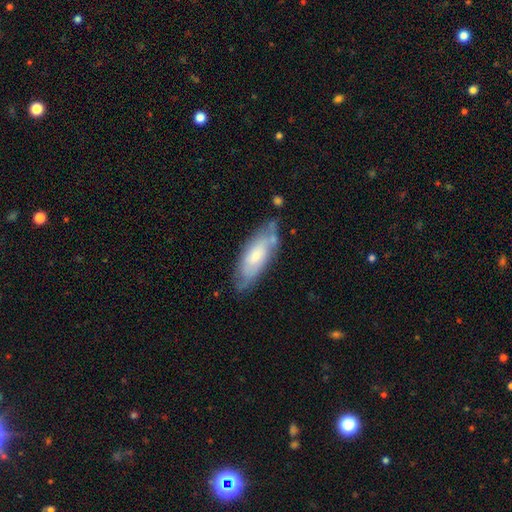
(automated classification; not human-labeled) Smooth or featured: smooth — 49% (featured or disk — 45%)
Merging: none — 63% (minor disturbance — 25%)